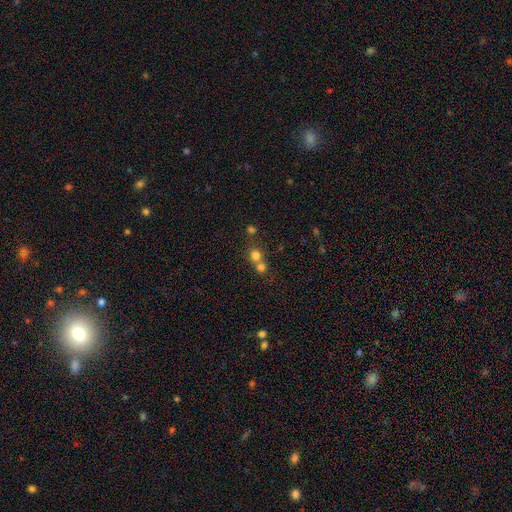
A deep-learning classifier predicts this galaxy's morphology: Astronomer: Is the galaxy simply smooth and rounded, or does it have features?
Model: smooth — 75%.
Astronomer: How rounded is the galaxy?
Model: round — 88%.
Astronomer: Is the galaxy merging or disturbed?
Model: merger — 51% (runner-up: none, 42%).